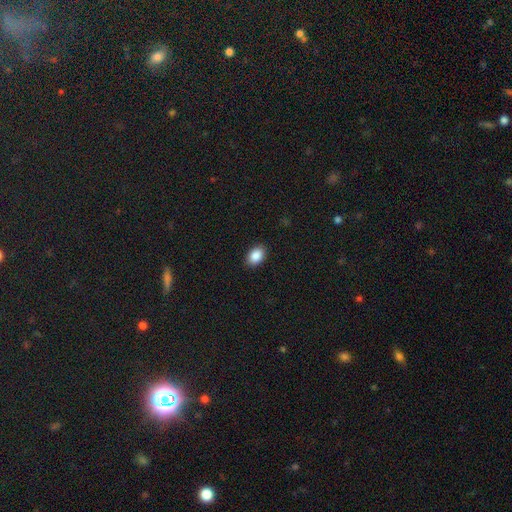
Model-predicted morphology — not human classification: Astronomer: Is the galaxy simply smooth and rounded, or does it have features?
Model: smooth — 89%.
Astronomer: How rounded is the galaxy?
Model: in between — 86%.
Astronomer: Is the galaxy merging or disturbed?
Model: none — 90%.